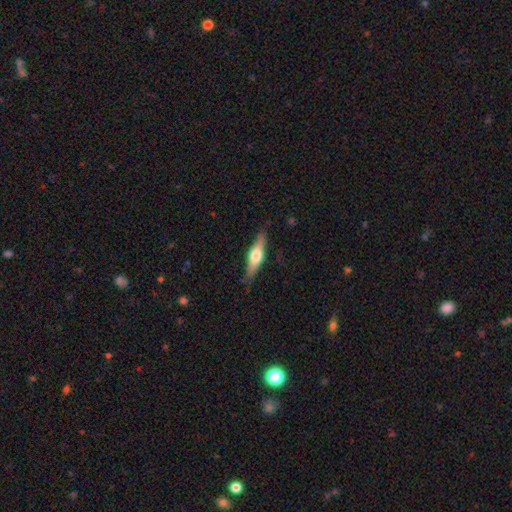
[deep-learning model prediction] Smooth or featured?
  - featured or disk: 51% *
  - smooth: 43%
  - star or artifact: 5%
Edge-on disk?
  - yes: 93% *
  - no: 7%
Merging?
  - none: 84% *
  - minor disturbance: 12%
  - major disturbance: 2%
  - merger: 1%